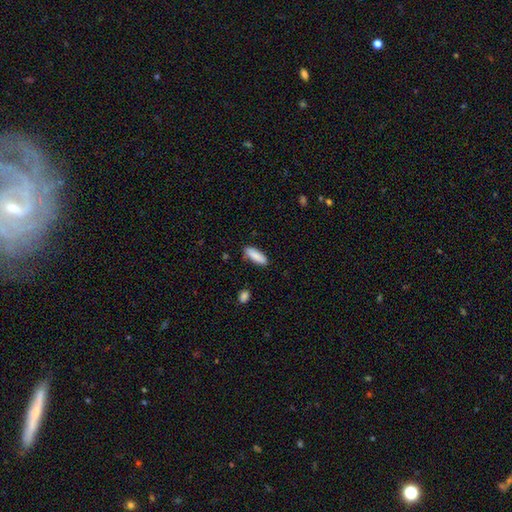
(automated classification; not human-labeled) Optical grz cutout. It shows a smooth galaxy with no disk features (88%) that is in between round and cigar-shaped (53%). Merging: none (86%).